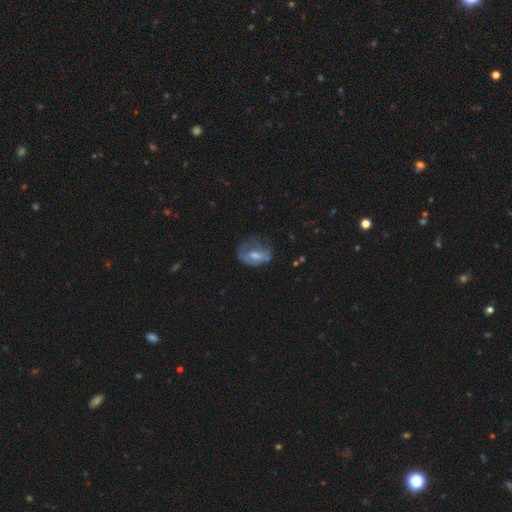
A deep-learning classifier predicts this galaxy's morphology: This is possibly a featured or disk galaxy (46%, tied with smooth). Merging: marginally none (37%).